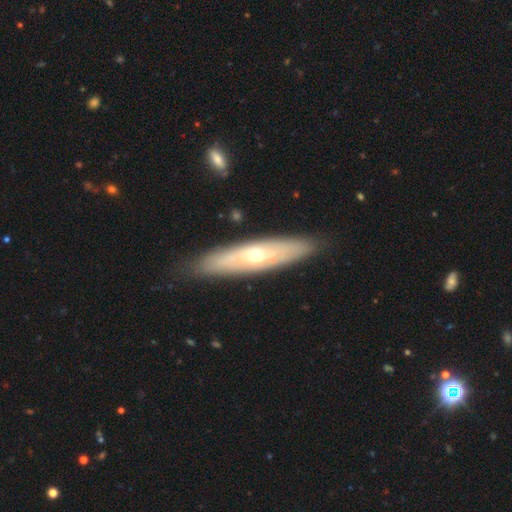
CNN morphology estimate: Smooth or featured?
  - featured or disk: 58% *
  - smooth: 36%
  - star or artifact: 6%
Edge-on disk?
  - yes: 56% *
  - no: 44%
Merging?
  - none: 86% *
  - minor disturbance: 10%
  - major disturbance: 2%
  - merger: 2%